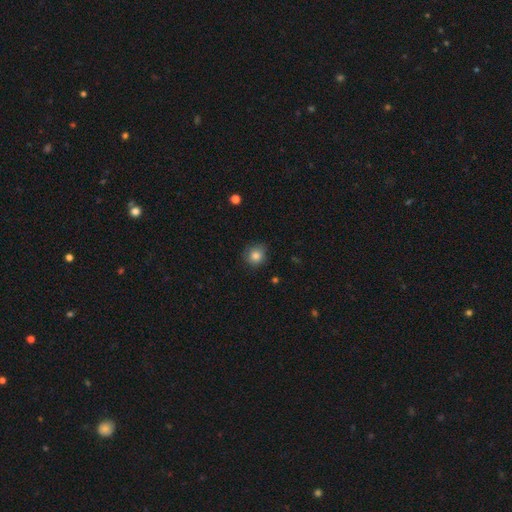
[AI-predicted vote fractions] This is clearly a smooth galaxy (83%). How rounded: clearly round (87%). Merging: clearly none (83%).